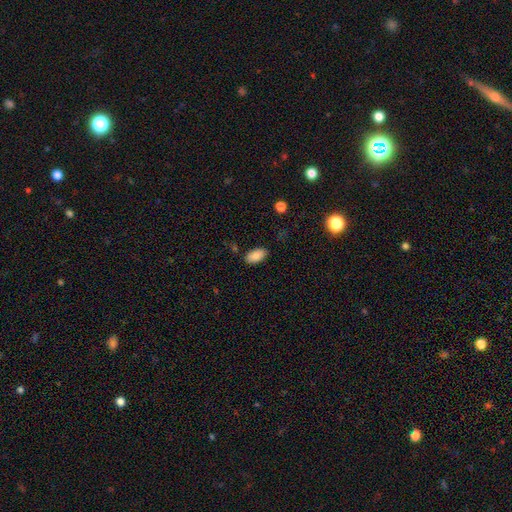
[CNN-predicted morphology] Smooth or featured?
  - smooth: 87% *
  - star or artifact: 8%
  - featured or disk: 5%
How rounded?
  - in between: 94% *
  - round: 3%
  - cigar-shaped: 2%
Merging?
  - none: 84% *
  - minor disturbance: 11%
  - major disturbance: 3%
  - merger: 2%